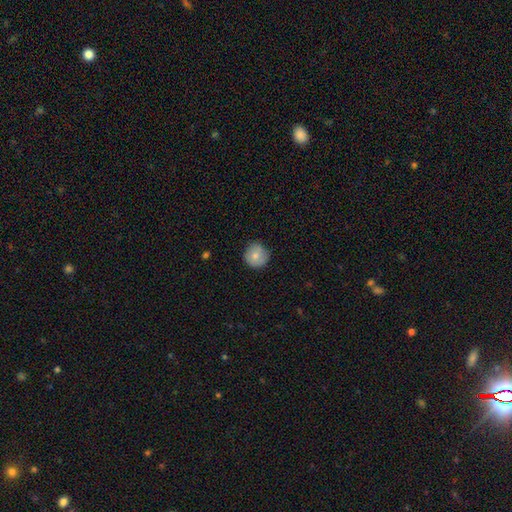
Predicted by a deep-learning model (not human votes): Smooth or featured: smooth — 79% (featured or disk — 13%)
How rounded: round — 94% (in between — 5%)
Merging: none — 81% (minor disturbance — 16%)